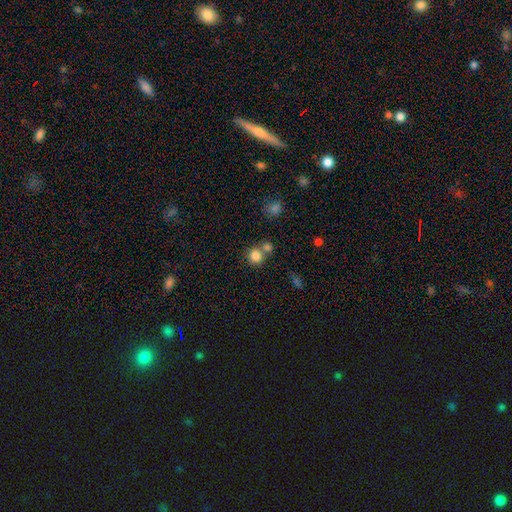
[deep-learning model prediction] Smooth or featured?
  - smooth: 83% *
  - star or artifact: 11%
  - featured or disk: 7%
How rounded?
  - round: 86% *
  - in between: 13%
  - cigar-shaped: 1%
Merging?
  - none: 56% *
  - merger: 32%
  - minor disturbance: 9%
  - major disturbance: 4%